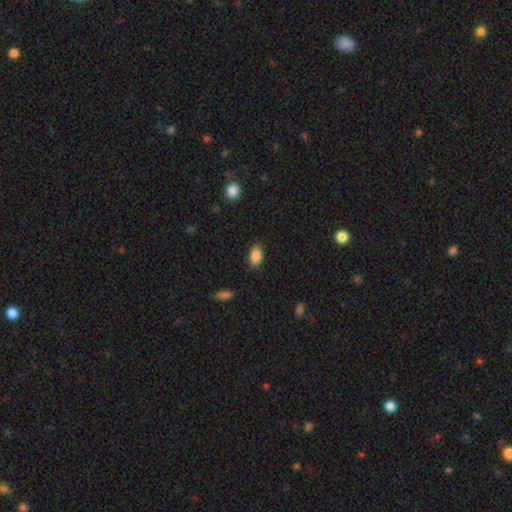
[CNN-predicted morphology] This is clearly a smooth galaxy (88%). How rounded: clearly in between (92%). Merging: clearly none (85%).